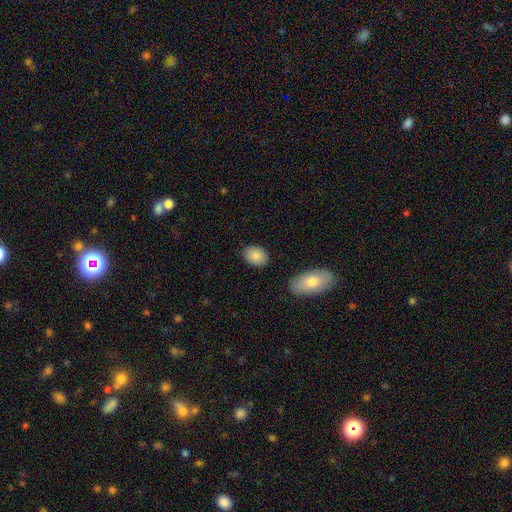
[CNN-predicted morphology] smooth_or_featured: smooth (p=0.85) [alt: featured or disk p=0.07]
how_rounded: in between (p=0.70) [alt: round p=0.29]
merging: none (p=0.85) [alt: minor disturbance p=0.10]